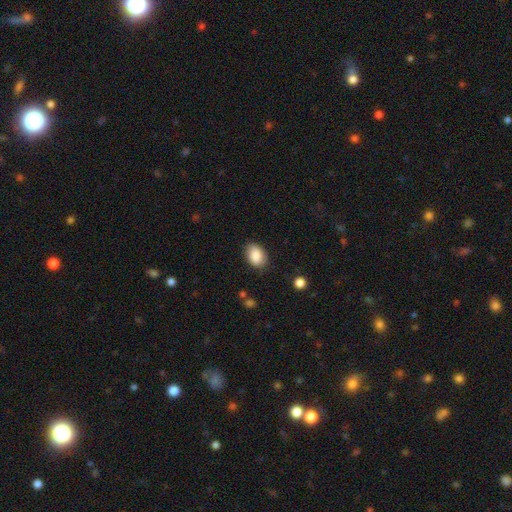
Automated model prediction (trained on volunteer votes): A smooth galaxy with no disk features (88%) that is in between round and cigar-shaped (87%).

Vote fractions:
- Smooth or featured? smooth: 88% / star or artifact: 7% / featured or disk: 6%
- How rounded? in between: 87% / round: 12% / cigar-shaped: 1%
- Merging? none: 82% / minor disturbance: 14% / major disturbance: 3% / merger: 1%